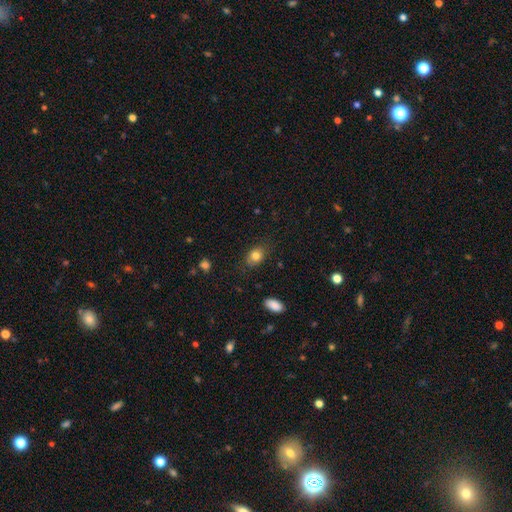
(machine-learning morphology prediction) Smooth or featured? smooth (81%)
How rounded? in between (69%)
Merging? none (75%)